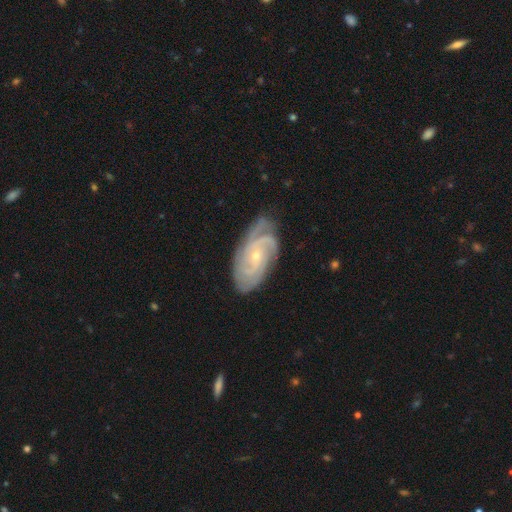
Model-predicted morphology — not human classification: Q: Smooth or featured?
A: featured or disk (89%); runner-up: smooth (6%)
Q: Edge-on disk?
A: no (96%); runner-up: yes (4%)
Q: Bar?
A: no (69%); runner-up: weak (25%)
Q: Spiral arms?
A: yes (98%); runner-up: no (2%)
Q: Spiral winding?
A: tight (64%); runner-up: medium (30%)
Q: Spiral arm count?
A: 3 (31%); runner-up: 4 (21%)
Q: Bulge size?
A: small (78%); runner-up: moderate (19%)
Q: Merging?
A: none (75%); runner-up: minor disturbance (19%)